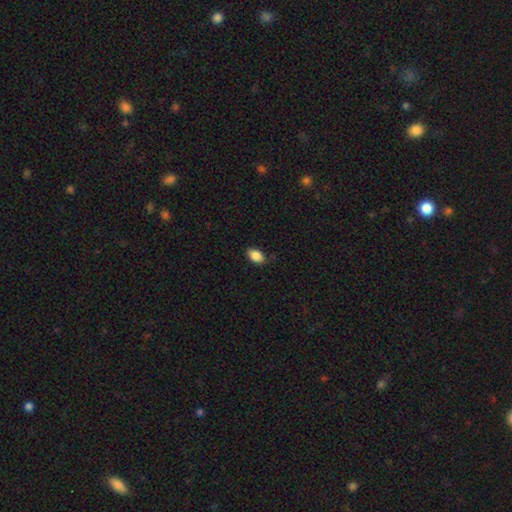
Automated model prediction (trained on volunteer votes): Q: Smooth or featured?
A: smooth (88%); runner-up: star or artifact (8%)
Q: How rounded?
A: in between (89%); runner-up: round (9%)
Q: Merging?
A: none (82%); runner-up: minor disturbance (15%)